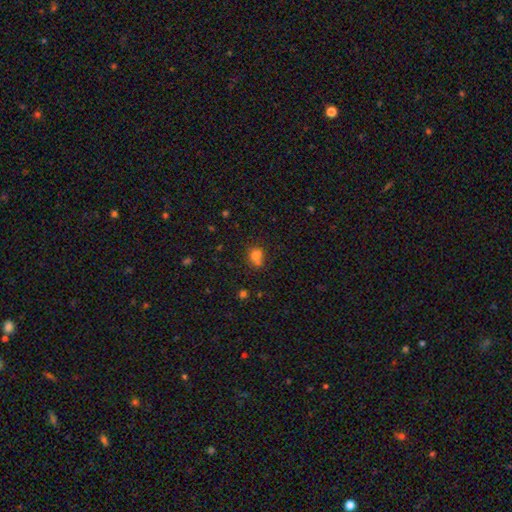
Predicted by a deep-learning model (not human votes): Morphology: type=smooth (74%); roundness=round (70%); merging=none (43%).